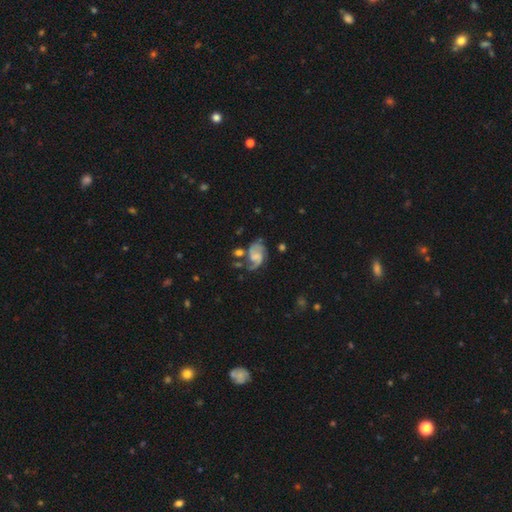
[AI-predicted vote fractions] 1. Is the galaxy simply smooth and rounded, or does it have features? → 81% featured or disk, 12% smooth, 7% star or artifact.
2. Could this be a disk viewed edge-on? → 98% no, 2% yes.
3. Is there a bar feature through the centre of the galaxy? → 49% no, 41% weak, 10% strong.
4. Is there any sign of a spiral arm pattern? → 95% yes, 5% no.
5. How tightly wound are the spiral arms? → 49% medium, 33% loose, 18% tight.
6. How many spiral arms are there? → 85% 2, 5% can't tell, 4% 1, 3% 3, 1% 4, 1% more than 4.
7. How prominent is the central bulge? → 44% none, 25% small, 20% moderate, 9% large, 2% dominant.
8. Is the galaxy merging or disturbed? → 48% none, 21% minor disturbance, 17% major disturbance, 14% merger.